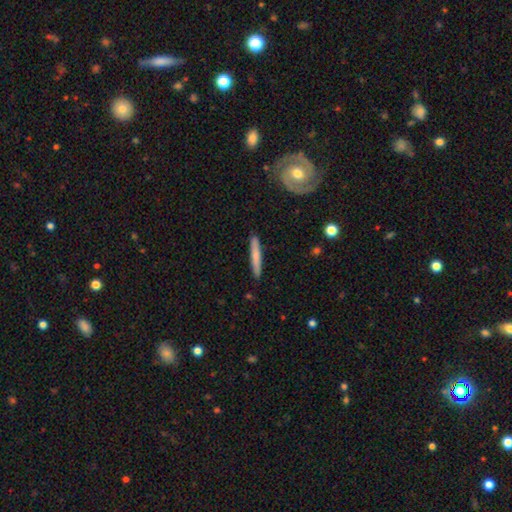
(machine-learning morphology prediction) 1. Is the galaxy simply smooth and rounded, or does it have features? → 68% smooth, 28% featured or disk, 5% star or artifact.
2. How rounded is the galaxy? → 95% cigar-shaped, 4% in between, 1% round.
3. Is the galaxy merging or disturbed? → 90% none, 7% minor disturbance, 1% major disturbance, 1% merger.